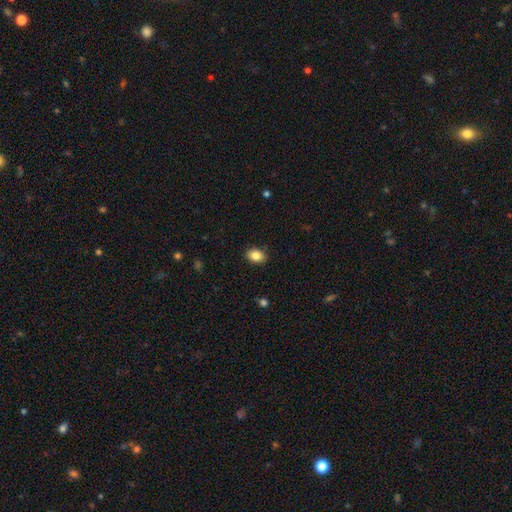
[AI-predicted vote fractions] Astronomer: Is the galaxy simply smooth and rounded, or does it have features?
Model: smooth — 85%.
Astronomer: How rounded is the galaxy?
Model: in between — 74%.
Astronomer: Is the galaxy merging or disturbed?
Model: none — 87%.